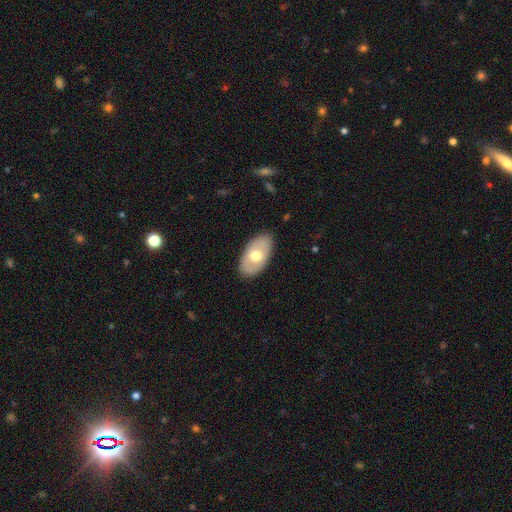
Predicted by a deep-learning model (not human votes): Morphology: type=smooth (58%); roundness=in between (93%); merging=none (83%).